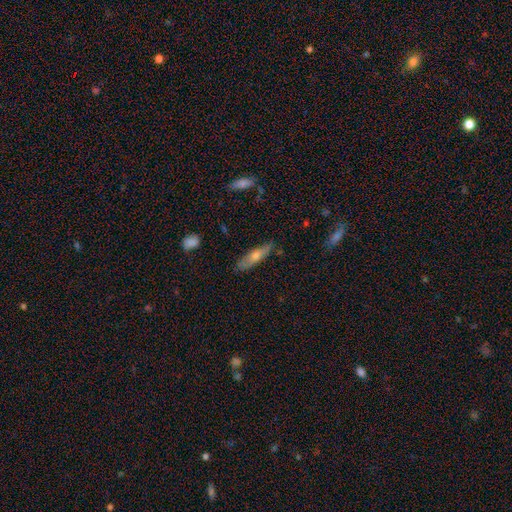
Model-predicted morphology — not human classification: smooth-or-featured: smooth: 55% | featured or disk: 38% | star or artifact: 7%
  how-rounded: cigar-shaped: 72% | in between: 25% | round: 2%
  merging: none: 81% | minor disturbance: 15% | major disturbance: 3% | merger: 2%